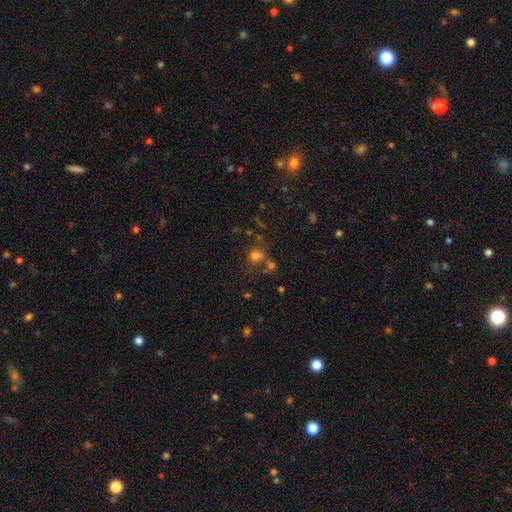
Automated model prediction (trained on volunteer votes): Smooth or featured?
  - smooth: 65% *
  - star or artifact: 22%
  - featured or disk: 13%
How rounded?
  - round: 71% *
  - in between: 28%
  - cigar-shaped: 1%
Merging?
  - none: 42% *
  - merger: 36%
  - minor disturbance: 12%
  - major disturbance: 10%